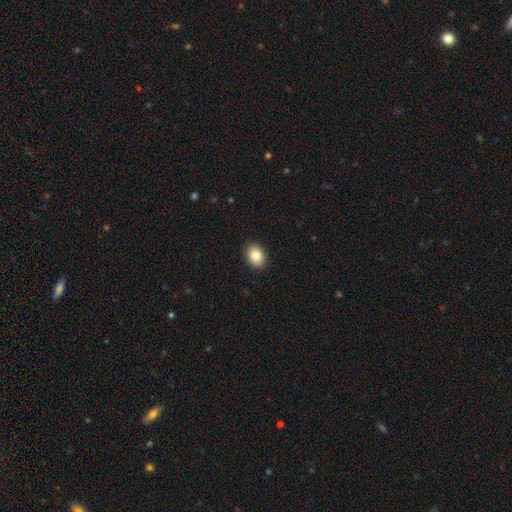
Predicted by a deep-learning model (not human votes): smooth-or-featured: smooth: 83% | star or artifact: 9% | featured or disk: 8%
  how-rounded: in between: 61% | round: 38% | cigar-shaped: 1%
  merging: none: 90% | minor disturbance: 7% | major disturbance: 2% | merger: 1%